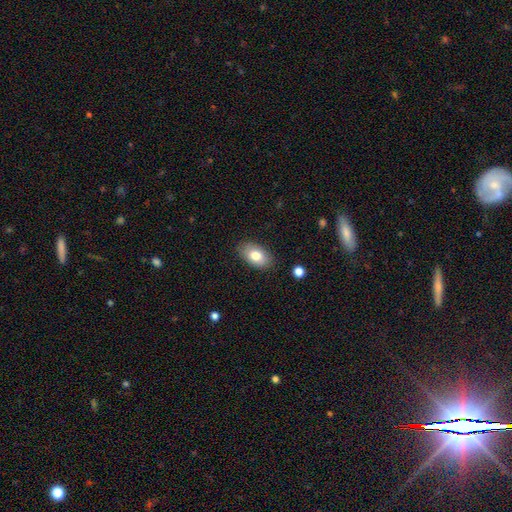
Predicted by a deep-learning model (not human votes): smooth_or_featured: smooth (p=0.80) [alt: featured or disk p=0.13]
how_rounded: in between (p=0.91) [alt: round p=0.07]
merging: none (p=0.85) [alt: minor disturbance p=0.11]